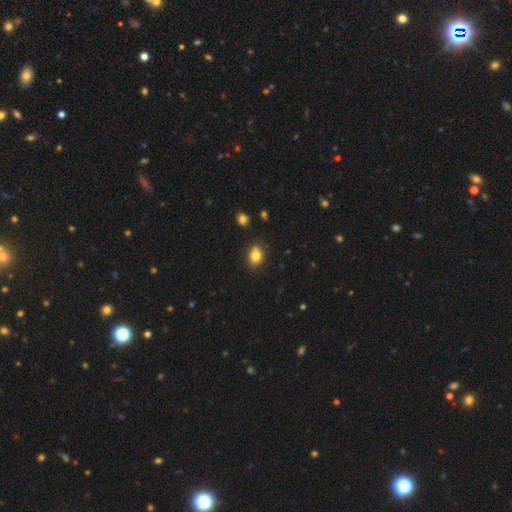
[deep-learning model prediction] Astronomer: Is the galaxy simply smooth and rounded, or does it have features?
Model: smooth — 80%.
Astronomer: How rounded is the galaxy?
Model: in between — 53% (runner-up: round, 46%).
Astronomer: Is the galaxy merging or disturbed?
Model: none — 73%.